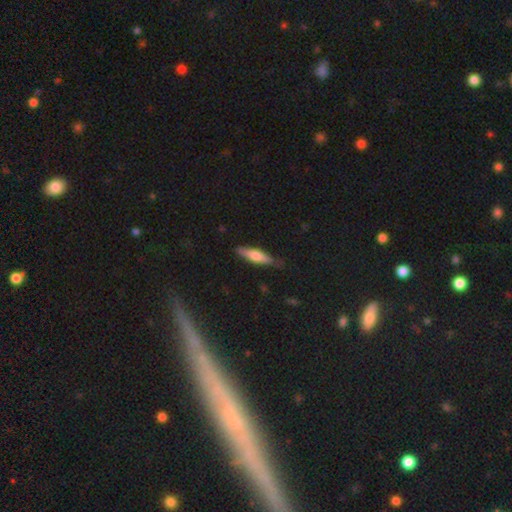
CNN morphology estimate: This is possibly a smooth galaxy (56%). How rounded: likely cigar-shaped (74%). Merging: clearly none (81%).